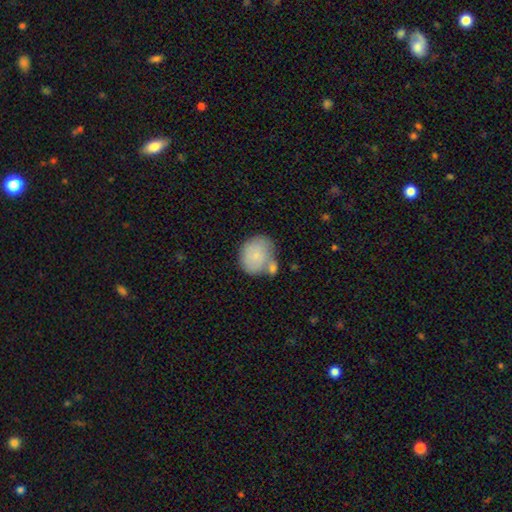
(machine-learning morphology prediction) Overall: smooth (78%). How rounded: round (66%; in between 33%). Merging: none (46%; merger 27%).